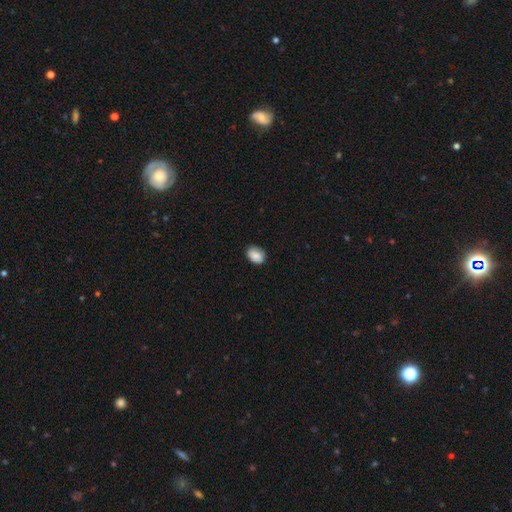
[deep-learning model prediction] smooth 85%, star or artifact 7%, featured or disk 7%. Down the decision tree: how rounded — in between (75%); merging — none (80%).